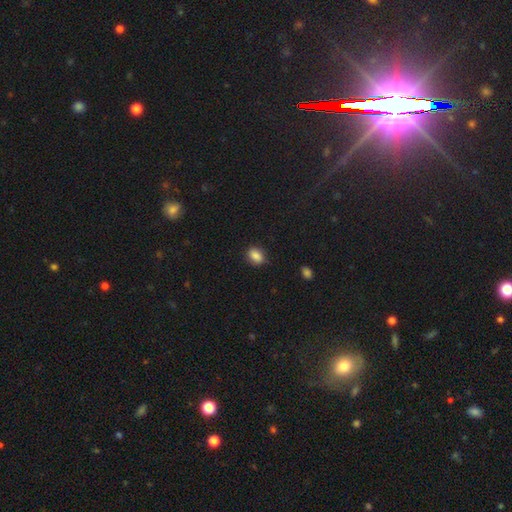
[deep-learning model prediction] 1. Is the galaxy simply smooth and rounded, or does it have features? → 86% smooth, 9% star or artifact, 5% featured or disk.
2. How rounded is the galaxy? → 68% in between, 31% round, 1% cigar-shaped.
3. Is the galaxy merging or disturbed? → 82% none, 14% minor disturbance, 3% major disturbance, 1% merger.